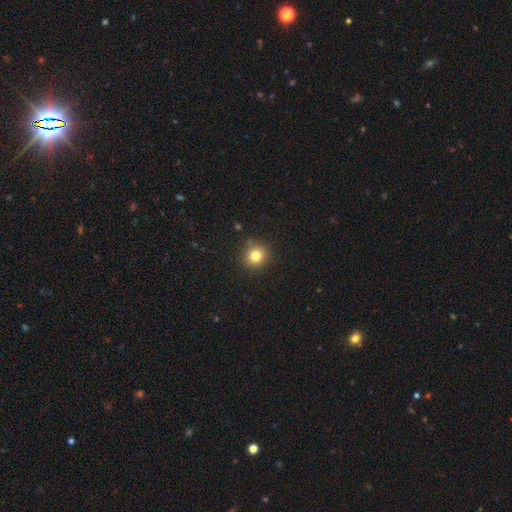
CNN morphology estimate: smooth_or_featured: smooth (p=0.80) [alt: star or artifact p=0.13]
how_rounded: round (p=0.90) [alt: in between p=0.09]
merging: none (p=0.88) [alt: minor disturbance p=0.08]